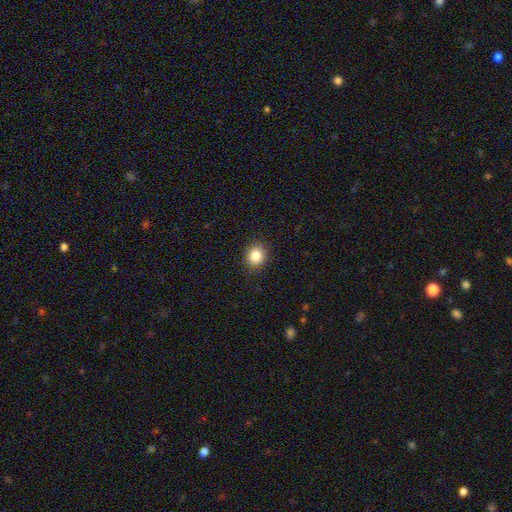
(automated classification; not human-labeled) A smooth galaxy with no disk features (85%) that is round (73%). Merging: none (90%).